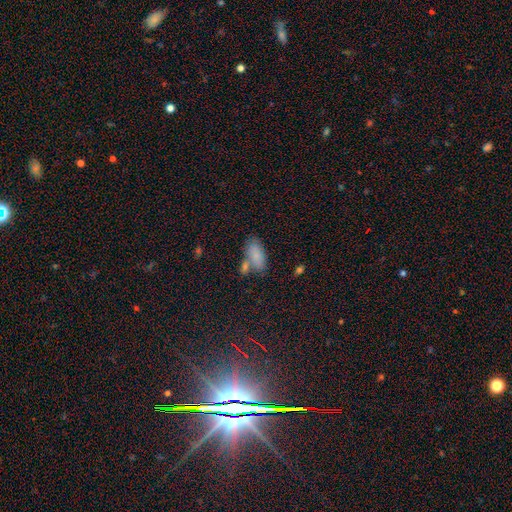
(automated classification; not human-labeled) This is clearly a smooth galaxy (81%). How rounded: clearly in between (90%). Merging: possibly none (52%).